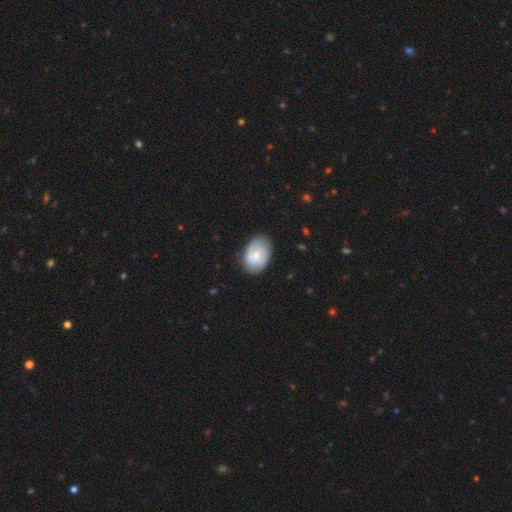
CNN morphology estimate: This is possibly a smooth galaxy (51%). How rounded: clearly in between (81%). Merging: likely none (79%).